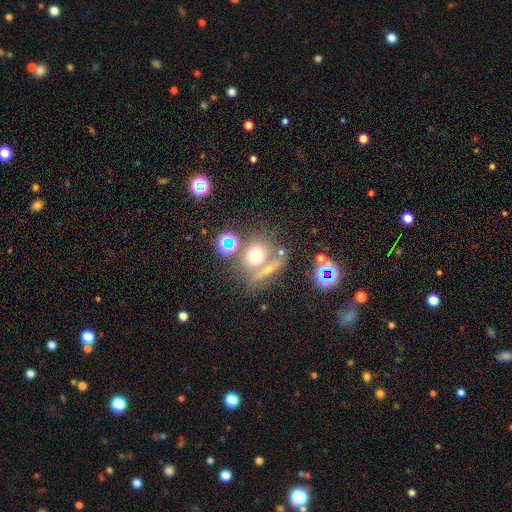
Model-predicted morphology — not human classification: smooth-or-featured: smooth: 56% | star or artifact: 24% | featured or disk: 20%
  how-rounded: round: 72% | in between: 25% | cigar-shaped: 3%
  merging: none: 56% | merger: 27% | minor disturbance: 11% | major disturbance: 7%